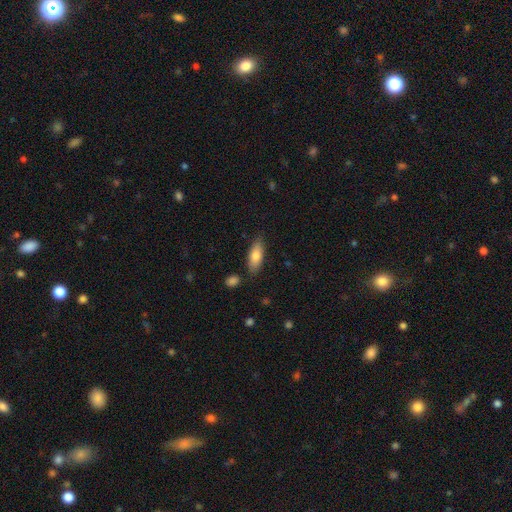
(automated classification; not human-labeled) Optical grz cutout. It shows a smooth galaxy with no disk features (78%) that is in between round and cigar-shaped (74%). Merging: none (81%).